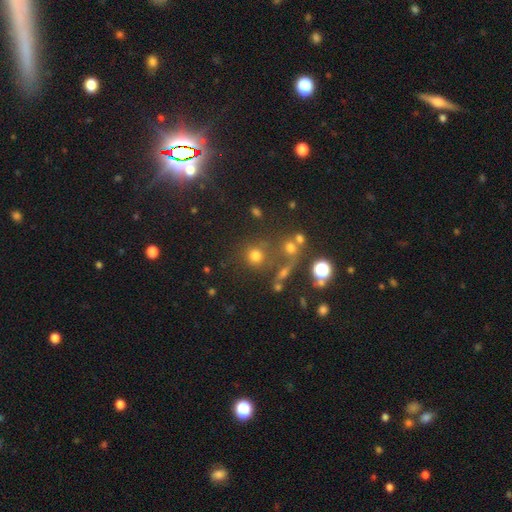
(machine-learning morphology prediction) A smooth galaxy with no disk features (66%) that is round (89%). Merging: none (64%).